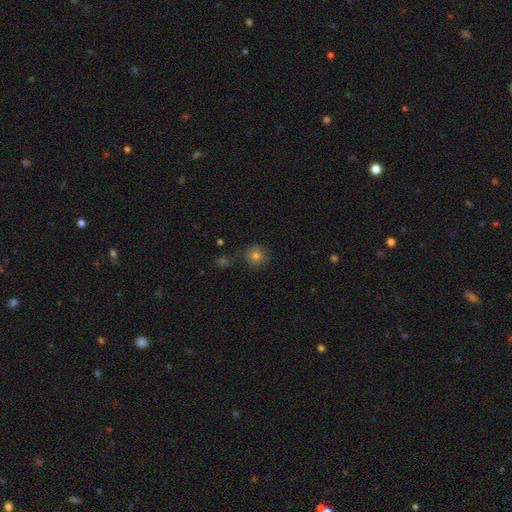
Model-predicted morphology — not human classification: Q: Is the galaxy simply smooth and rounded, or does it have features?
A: smooth — 79%.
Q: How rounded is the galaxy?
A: round — 94%.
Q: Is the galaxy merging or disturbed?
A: none — 84%.